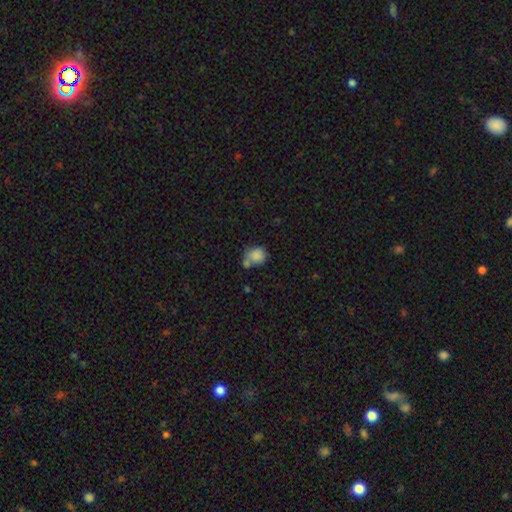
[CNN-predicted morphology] smooth_or_featured: smooth (p=0.85) [alt: star or artifact p=0.09]
how_rounded: round (p=0.71) [alt: in between p=0.28]
merging: none (p=0.50) [alt: merger p=0.28]